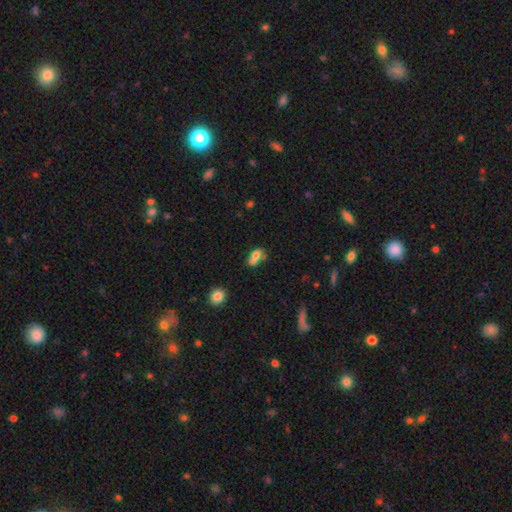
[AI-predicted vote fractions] Q: Smooth or featured?
A: smooth (71%); runner-up: featured or disk (18%)
Q: How rounded?
A: in between (72%); runner-up: round (24%)
Q: Merging?
A: merger (48%); runner-up: none (29%)